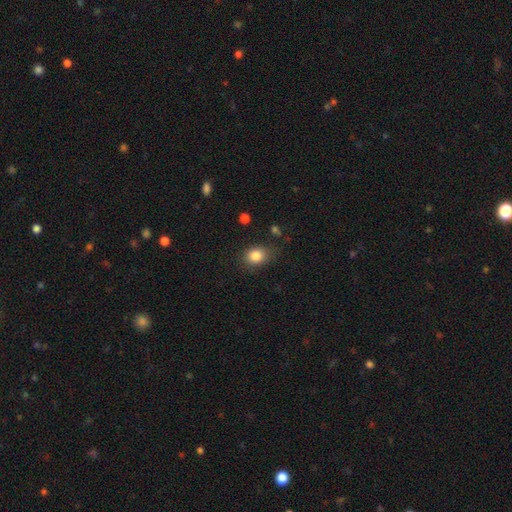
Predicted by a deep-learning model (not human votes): This appears to be a smooth galaxy with no disk features (84%) that is round (50%). Merging: none (74%).